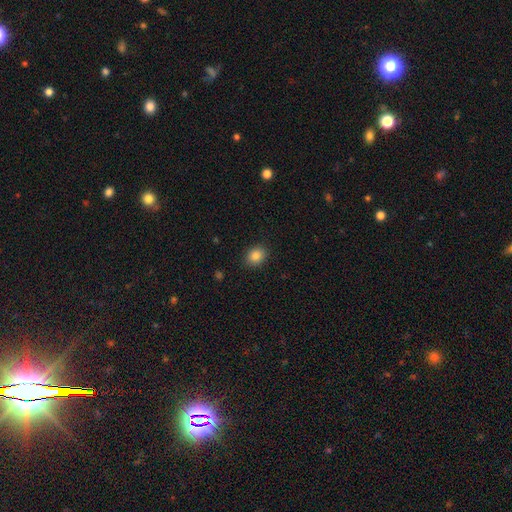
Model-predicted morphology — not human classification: smooth 84%, star or artifact 10%, featured or disk 6%. Down the decision tree: how rounded — round (55%); merging — none (90%).